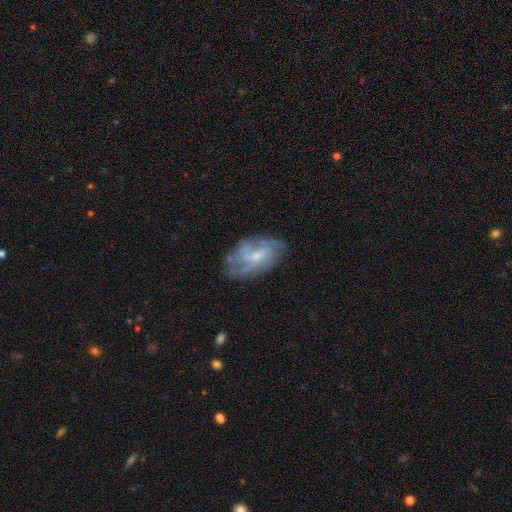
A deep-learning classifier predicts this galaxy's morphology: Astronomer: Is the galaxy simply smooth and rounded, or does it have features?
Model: featured or disk — 74%.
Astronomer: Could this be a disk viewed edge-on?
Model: no — 96%.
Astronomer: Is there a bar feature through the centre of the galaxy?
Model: no — 48% (runner-up: weak, 44%).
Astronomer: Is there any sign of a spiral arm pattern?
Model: yes — 87%.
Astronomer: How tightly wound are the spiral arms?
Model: medium — 43% (runner-up: tight, 38%).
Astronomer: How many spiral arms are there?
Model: can't tell — 34% (runner-up: 2, 30%).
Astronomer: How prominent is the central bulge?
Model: small — 62%.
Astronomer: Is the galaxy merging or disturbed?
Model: none — 67%.